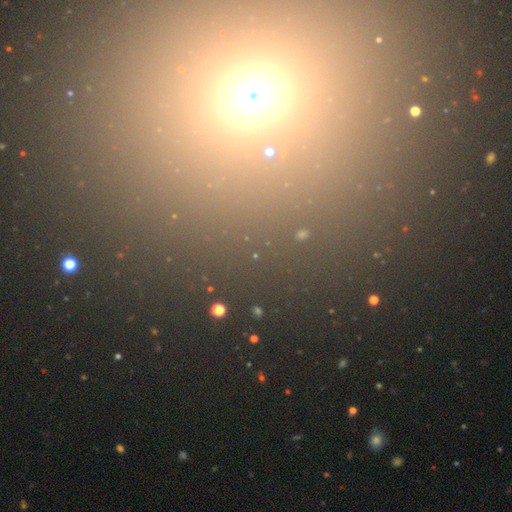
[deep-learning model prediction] smooth_or_featured: star or artifact (p=0.69) [alt: smooth p=0.22]